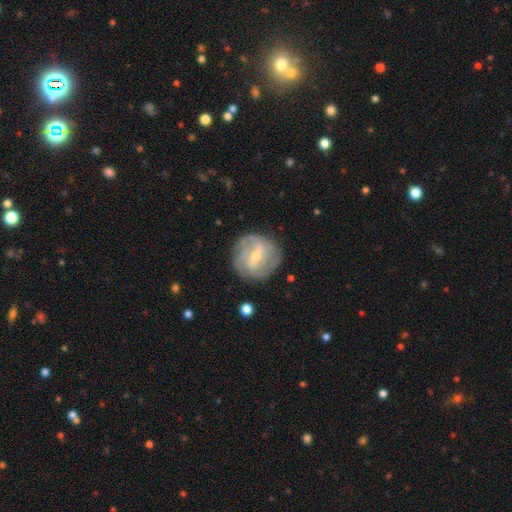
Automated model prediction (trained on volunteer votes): A featured or disk galaxy (84%) with a weak bar (47%), 2 (38%) tight (50%) spiral arms (94%) and a small central bulge (55%).

Vote fractions:
- Smooth or featured? featured or disk: 84% / smooth: 10% / star or artifact: 6%
- Edge-on disk? no: 97% / yes: 3%
- Bar? weak: 47% / strong: 41% / no: 12%
- Spiral arms? yes: 94% / no: 6%
- Spiral winding? tight: 50% / medium: 38% / loose: 12%
- Spiral arm count? 2: 38% / 3: 23% / can't tell: 23% / 4: 8% / 1: 4% / more than 4: 4%
- Bulge size? small: 55% / moderate: 41% / none: 2% / large: 1% / dominant: 1%
- Merging? none: 80% / minor disturbance: 14% / major disturbance: 5% / merger: 1%